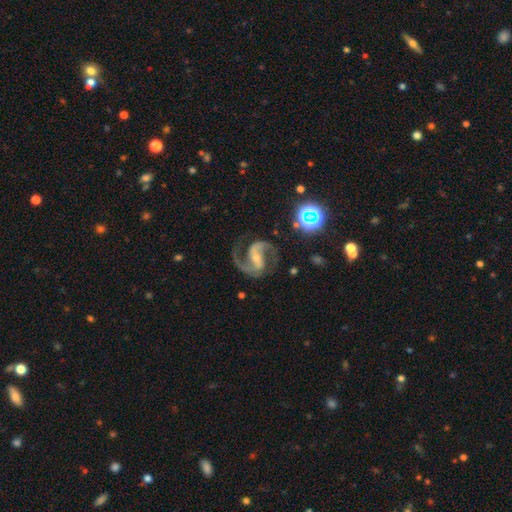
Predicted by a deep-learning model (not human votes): Smooth or featured?
  - featured or disk: 91% *
  - star or artifact: 6%
  - smooth: 3%
Edge-on disk?
  - no: 98% *
  - yes: 2%
Bar?
  - strong: 44% *
  - weak: 37%
  - no: 19%
Spiral arms?
  - yes: 98% *
  - no: 2%
Spiral winding?
  - medium: 66% *
  - loose: 18%
  - tight: 16%
Spiral arm count?
  - 2: 92% *
  - 3: 2%
  - can't tell: 2%
  - 1: 2%
  - 4: 1%
  - more than 4: 1%
Bulge size?
  - small: 64% *
  - moderate: 29%
  - none: 4%
  - large: 2%
  - dominant: 1%
Merging?
  - none: 75% *
  - minor disturbance: 14%
  - major disturbance: 9%
  - merger: 2%